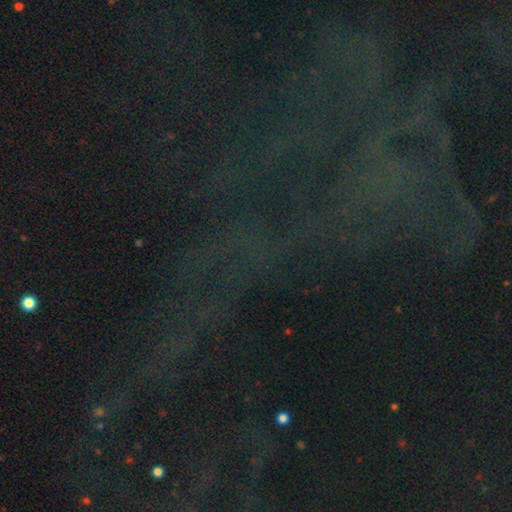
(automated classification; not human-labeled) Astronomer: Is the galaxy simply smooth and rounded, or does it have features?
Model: star or artifact — 80%.